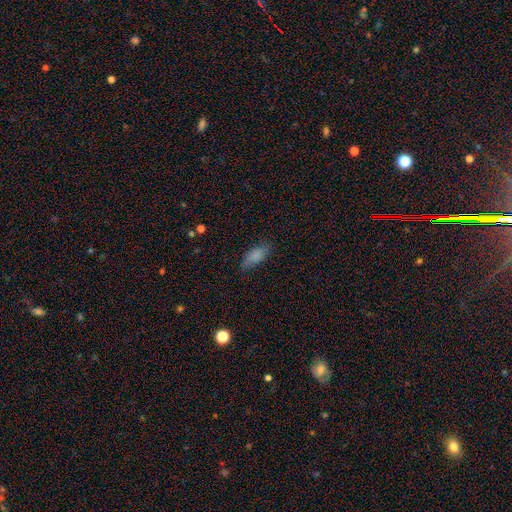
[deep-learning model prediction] The model was most divided on "merging": none: 71%, minor disturbance: 22%, major disturbance: 6%, merger: 1%. More confident: how rounded — in between (83%); smooth or featured — smooth (82%).